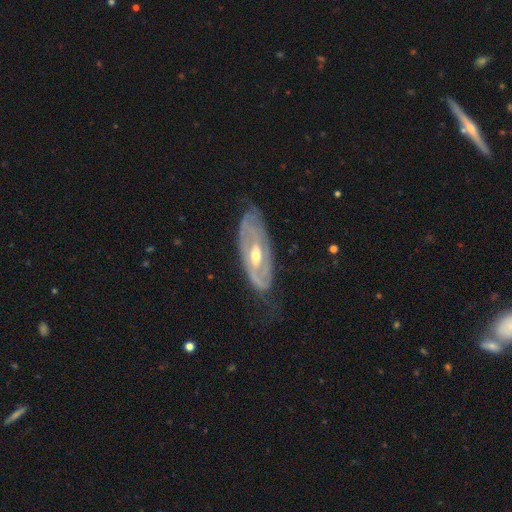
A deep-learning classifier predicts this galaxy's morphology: A featured or disk galaxy (82%) with no bar (43%), 2 (48%) tight (60%) spiral arms (84%) and a moderate central bulge (69%).

Vote fractions:
- Smooth or featured? featured or disk: 82% / smooth: 13% / star or artifact: 5%
- Edge-on disk? no: 86% / yes: 14%
- Bar? no: 43% / weak: 40% / strong: 17%
- Spiral arms? yes: 84% / no: 16%
- Spiral winding? tight: 60% / medium: 29% / loose: 11%
- Spiral arm count? 2: 48% / can't tell: 35% / 1: 7% / 3: 6% / 4: 2% / more than 4: 2%
- Bulge size? moderate: 69% / small: 24% / large: 5% / none: 1% / dominant: 1%
- Merging? none: 65% / minor disturbance: 23% / major disturbance: 10% / merger: 2%